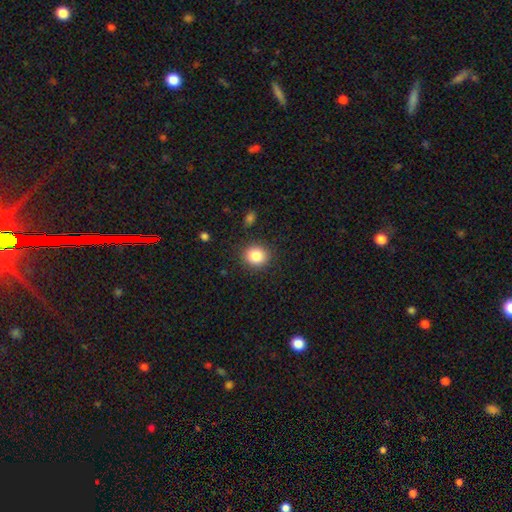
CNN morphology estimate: smooth_or_featured: smooth (p=0.85) [alt: star or artifact p=0.10]
how_rounded: round (p=0.76) [alt: in between p=0.23]
merging: none (p=0.87) [alt: minor disturbance p=0.08]